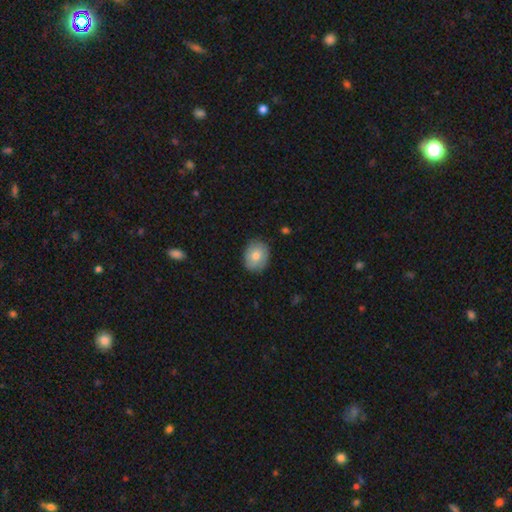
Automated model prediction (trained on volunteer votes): Q: Smooth or featured?
A: smooth (76%); runner-up: featured or disk (17%)
Q: How rounded?
A: round (54%); runner-up: in between (45%)
Q: Merging?
A: none (84%); runner-up: minor disturbance (12%)